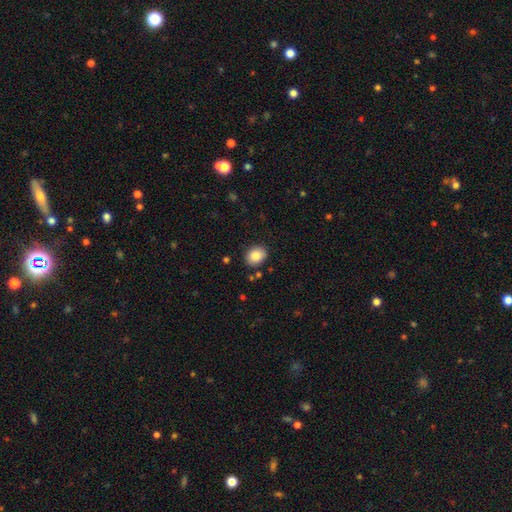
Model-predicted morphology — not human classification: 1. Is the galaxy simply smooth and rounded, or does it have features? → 85% smooth, 8% star or artifact, 7% featured or disk.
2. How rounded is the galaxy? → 50% round, 49% in between, 1% cigar-shaped.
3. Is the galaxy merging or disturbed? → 86% none, 9% minor disturbance, 2% major disturbance, 2% merger.